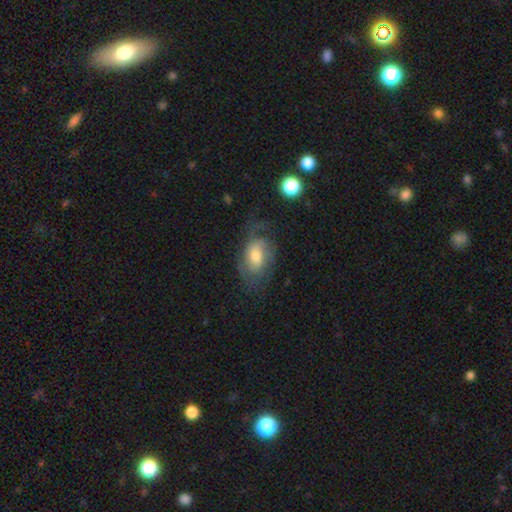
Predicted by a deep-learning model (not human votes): The model was most divided on "smooth or featured": featured or disk: 51%, smooth: 41%, star or artifact: 8%. Remaining: edge-on disk — no (95%); merging — none (46%).